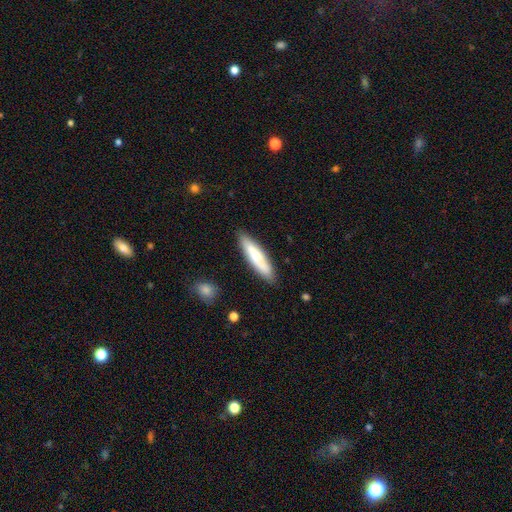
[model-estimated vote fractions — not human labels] Q: Smooth or featured?
A: smooth (68%); runner-up: featured or disk (26%)
Q: How rounded?
A: cigar-shaped (81%); runner-up: in between (18%)
Q: Merging?
A: none (87%); runner-up: minor disturbance (10%)